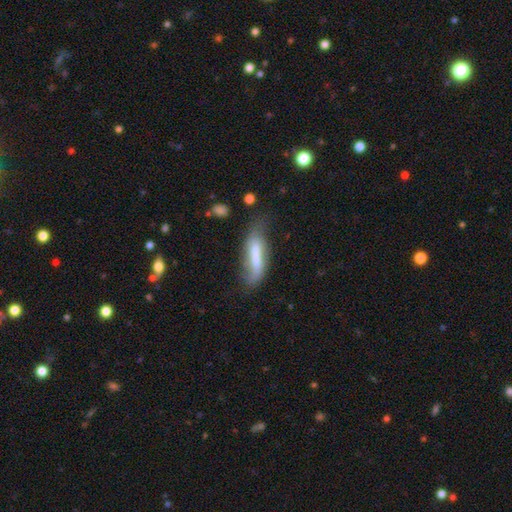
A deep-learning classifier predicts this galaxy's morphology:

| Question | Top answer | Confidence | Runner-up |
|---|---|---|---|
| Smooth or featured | smooth | 54% | featured or disk (38%) |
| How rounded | cigar-shaped | 60% | in between (37%) |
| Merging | none | 44% | minor disturbance (33%) |